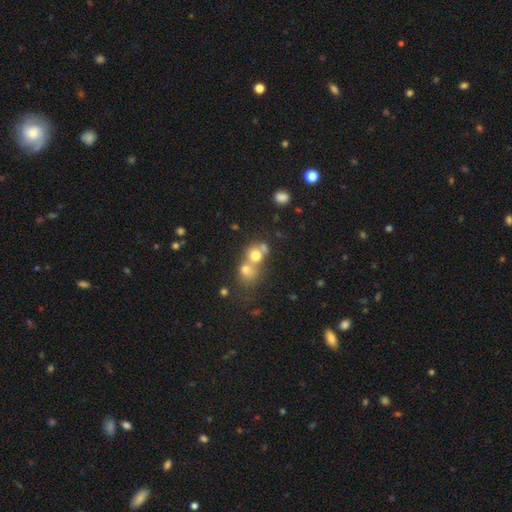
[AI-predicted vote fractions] Q: Smooth or featured?
A: smooth (70%); runner-up: featured or disk (16%)
Q: How rounded?
A: round (72%); runner-up: in between (27%)
Q: Merging?
A: merger (61%); runner-up: none (29%)